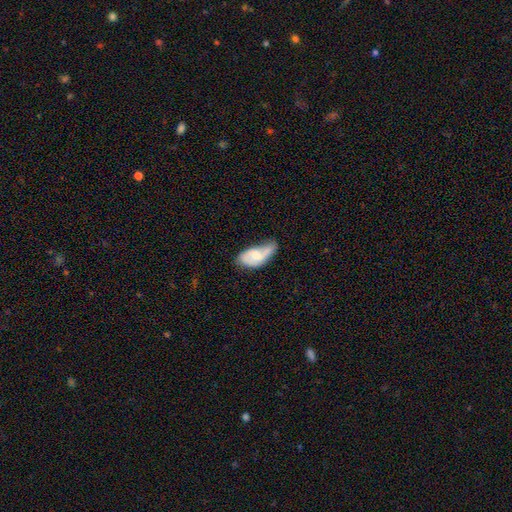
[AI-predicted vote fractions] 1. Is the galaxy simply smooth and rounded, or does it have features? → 48% featured or disk, 46% smooth, 6% star or artifact.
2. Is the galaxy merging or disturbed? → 39% minor disturbance, 28% none, 24% major disturbance, 8% merger.